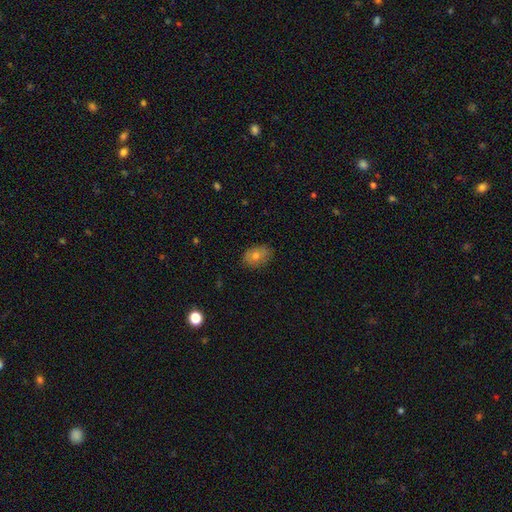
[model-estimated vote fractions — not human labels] Smooth or featured: smooth — 65% (featured or disk — 23%)
How rounded: in between — 82% (round — 17%)
Merging: none — 82% (minor disturbance — 15%)